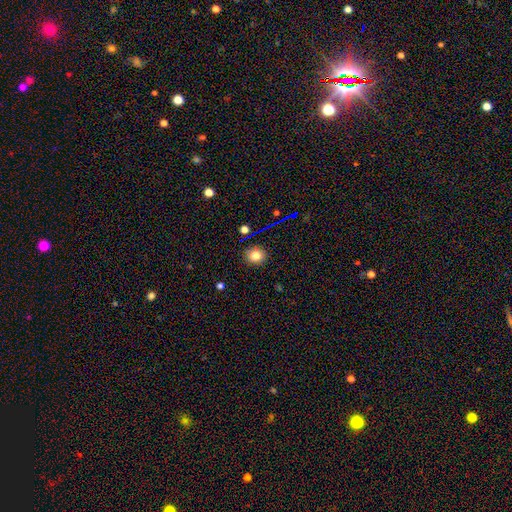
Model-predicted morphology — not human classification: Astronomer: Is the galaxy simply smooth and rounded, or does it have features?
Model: smooth — 80%.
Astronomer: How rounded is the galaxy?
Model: round — 84%.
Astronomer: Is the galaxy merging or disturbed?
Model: none — 90%.